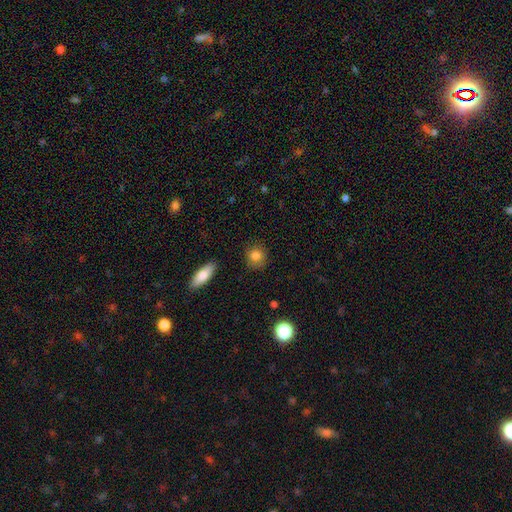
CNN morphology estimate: Overall: smooth (83%). How rounded: round (81%). Merging: none (84%).